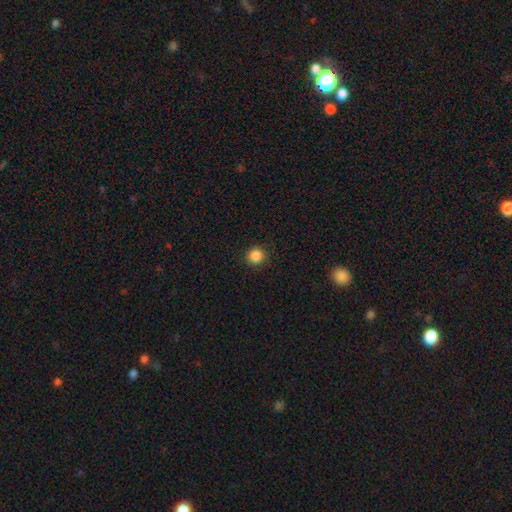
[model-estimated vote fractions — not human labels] smooth-or-featured: smooth: 86% | star or artifact: 11% | featured or disk: 3%
  how-rounded: round: 94% | in between: 5% | cigar-shaped: 1%
  merging: none: 92% | minor disturbance: 5% | major disturbance: 2% | merger: 1%